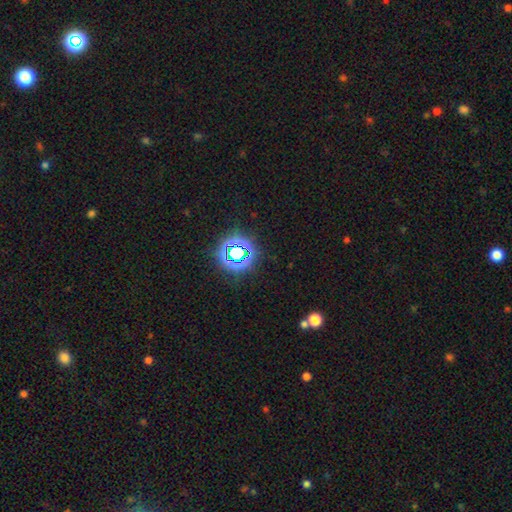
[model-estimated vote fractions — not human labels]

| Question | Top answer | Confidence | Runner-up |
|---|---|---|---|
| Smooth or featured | star or artifact | 65% | smooth (29%) |